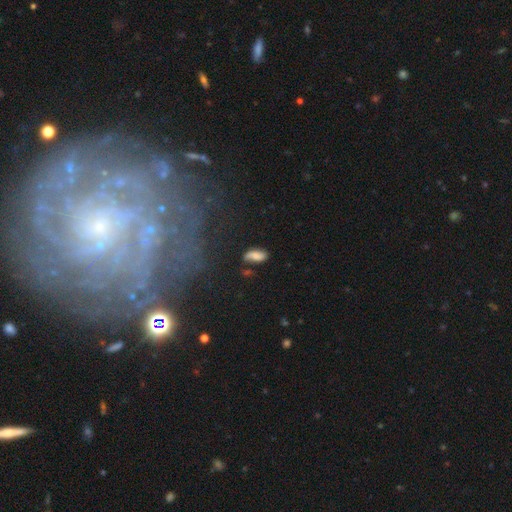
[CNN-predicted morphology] This appears to be a smooth galaxy with no disk features (76%) that is in between round and cigar-shaped (83%). Merging: none (62%).